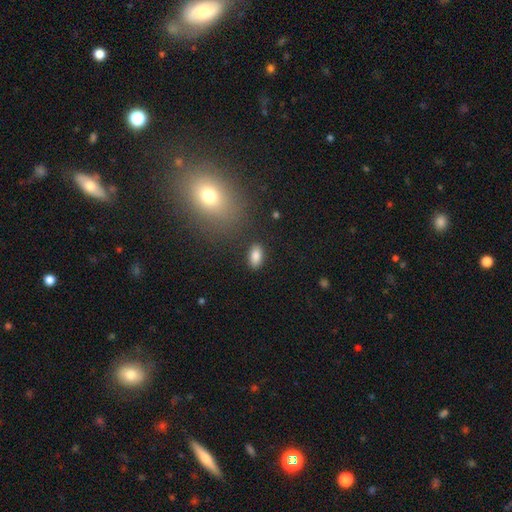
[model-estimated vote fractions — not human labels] A smooth galaxy with no disk features (86%) that is in between round and cigar-shaped (91%). Merging: none (86%).